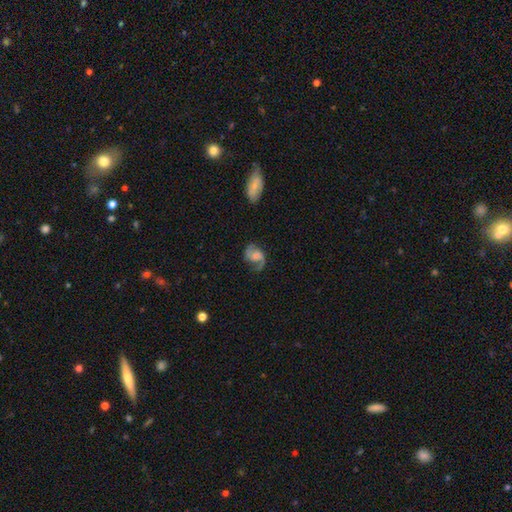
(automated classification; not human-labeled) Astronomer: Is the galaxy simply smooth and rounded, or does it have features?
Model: featured or disk — 77%.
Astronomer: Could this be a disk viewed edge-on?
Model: no — 98%.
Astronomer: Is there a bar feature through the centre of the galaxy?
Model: no — 48% (runner-up: weak, 42%).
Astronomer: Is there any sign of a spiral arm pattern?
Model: yes — 94%.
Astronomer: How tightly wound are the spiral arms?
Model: loose — 52% (runner-up: medium, 38%).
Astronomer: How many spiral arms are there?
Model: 2 — 87%.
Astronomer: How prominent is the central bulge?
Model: none — 36% (runner-up: moderate, 27%).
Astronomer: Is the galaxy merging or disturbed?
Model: none — 64%.